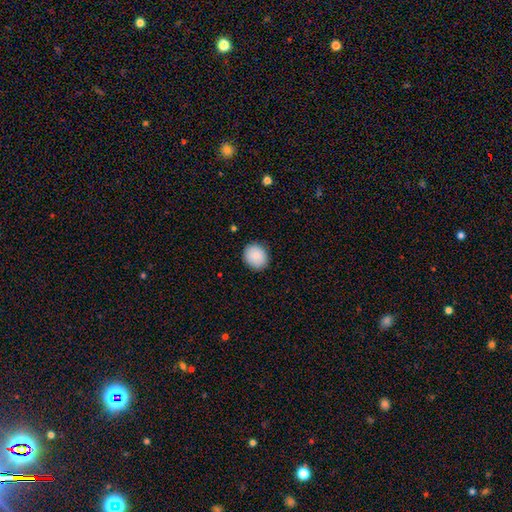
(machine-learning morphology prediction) This is clearly a smooth galaxy (85%). How rounded: likely round (69%). Merging: clearly none (87%).